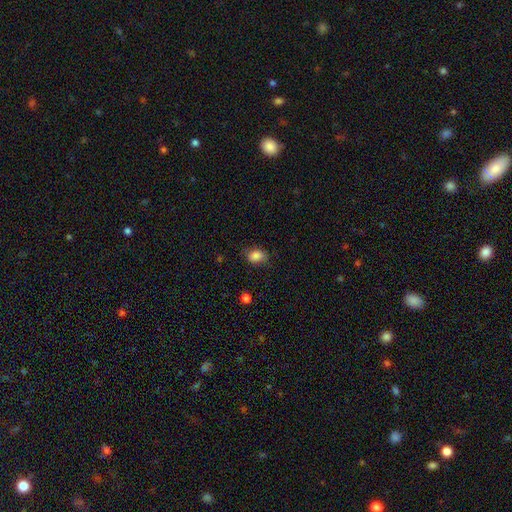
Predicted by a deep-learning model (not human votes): Q: Smooth or featured?
A: smooth (85%); runner-up: star or artifact (9%)
Q: How rounded?
A: in between (72%); runner-up: round (27%)
Q: Merging?
A: none (74%); runner-up: minor disturbance (20%)